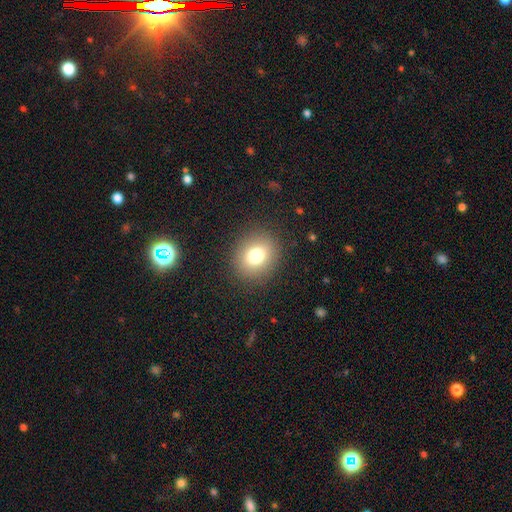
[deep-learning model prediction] Q: Smooth or featured?
A: smooth (76%); runner-up: star or artifact (13%)
Q: How rounded?
A: round (71%); runner-up: in between (28%)
Q: Merging?
A: none (88%); runner-up: minor disturbance (7%)